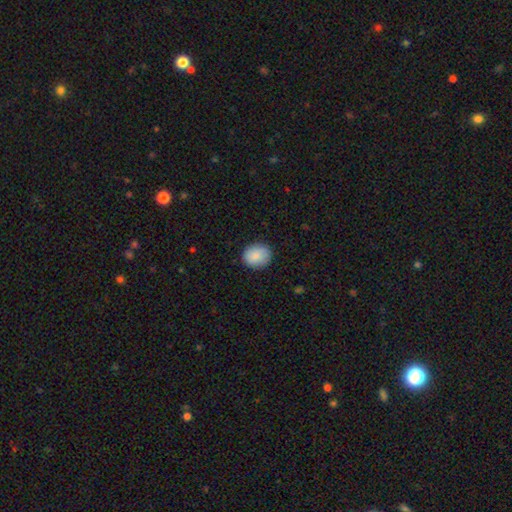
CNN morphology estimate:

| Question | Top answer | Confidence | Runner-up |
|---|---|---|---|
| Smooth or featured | smooth | 85% | featured or disk (8%) |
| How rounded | round | 64% | in between (35%) |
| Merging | none | 85% | minor disturbance (11%) |